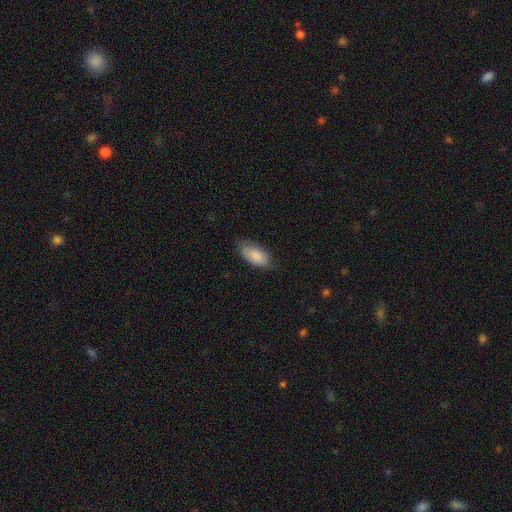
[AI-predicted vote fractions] A smooth galaxy with no disk features (86%) that is in between round and cigar-shaped (92%).

Vote fractions:
- Smooth or featured? smooth: 86% / featured or disk: 8% / star or artifact: 6%
- How rounded? in between: 92% / cigar-shaped: 6% / round: 2%
- Merging? none: 74% / minor disturbance: 21% / major disturbance: 4% / merger: 1%